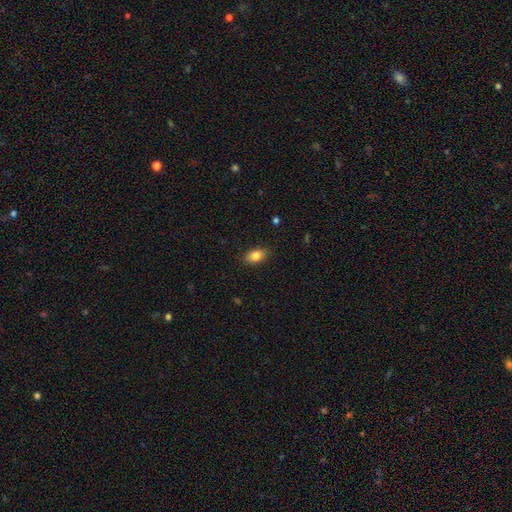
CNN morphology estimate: This appears to be a smooth galaxy with no disk features (84%) that is in between round and cigar-shaped (89%). Merging: none (85%).